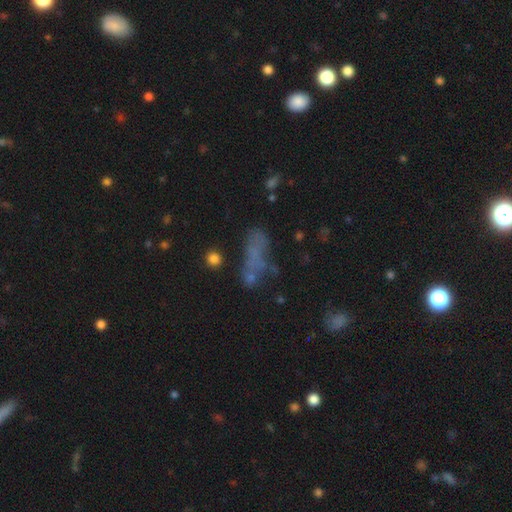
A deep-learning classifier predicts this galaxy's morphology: This is possibly a smooth galaxy (49%). Merging: marginally none (43%).